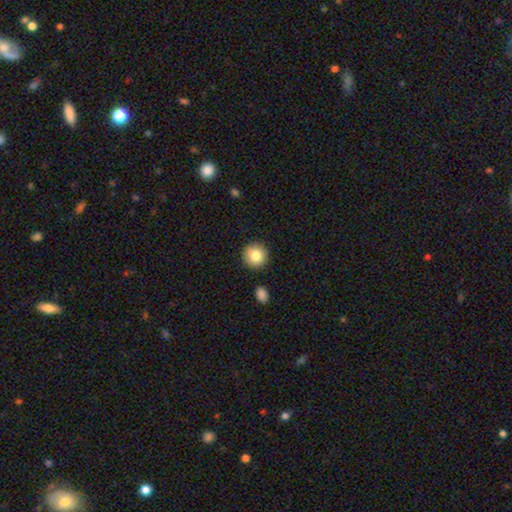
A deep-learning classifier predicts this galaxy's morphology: smooth_or_featured: smooth (p=0.82) [alt: star or artifact p=0.09]
how_rounded: round (p=0.94) [alt: in between p=0.05]
merging: none (p=0.89) [alt: minor disturbance p=0.07]